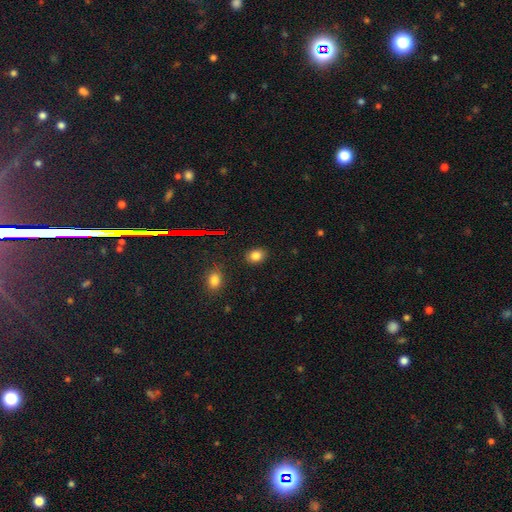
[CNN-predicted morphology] A smooth galaxy with no disk features (80%) that is in between round and cigar-shaped (55%). Merging: none (88%).